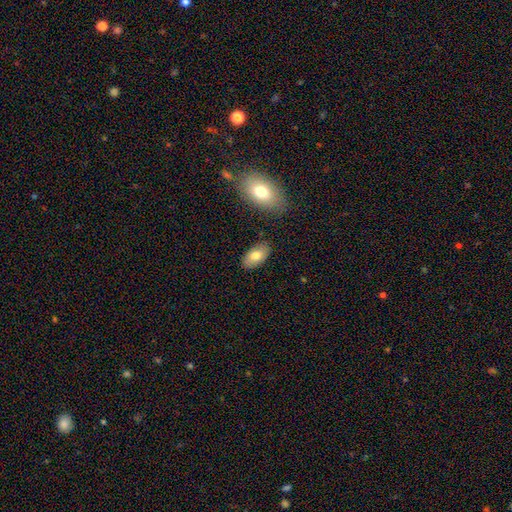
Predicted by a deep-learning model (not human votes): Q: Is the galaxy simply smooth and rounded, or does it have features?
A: smooth — 78%.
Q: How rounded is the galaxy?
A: in between — 94%.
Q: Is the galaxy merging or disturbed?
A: none — 83%.